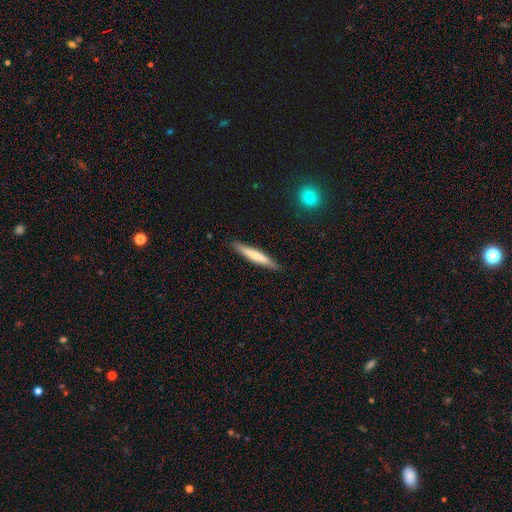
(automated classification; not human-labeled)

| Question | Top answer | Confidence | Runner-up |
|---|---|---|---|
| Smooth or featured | smooth | 67% | featured or disk (28%) |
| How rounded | cigar-shaped | 95% | in between (4%) |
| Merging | none | 89% | minor disturbance (8%) |